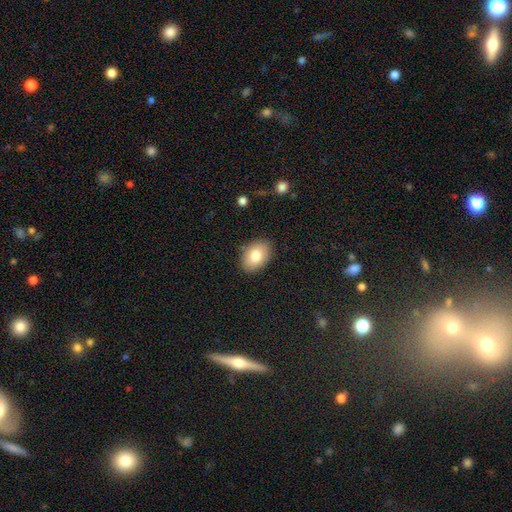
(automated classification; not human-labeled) smooth 79%, featured or disk 13%, star or artifact 8%. Down the decision tree: how rounded — in between (81%); merging — none (87%).